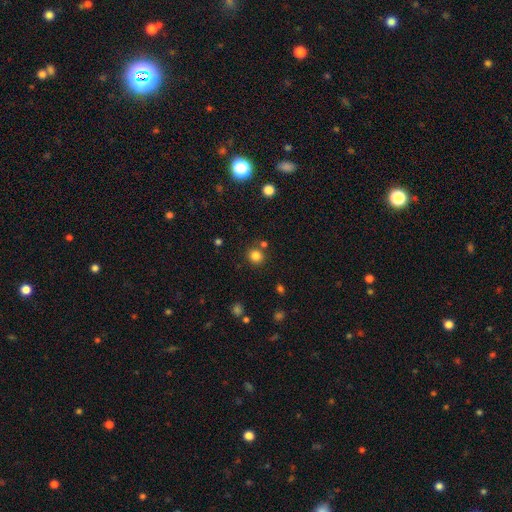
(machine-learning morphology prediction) This is clearly a smooth galaxy (81%). How rounded: clearly round (88%). Merging: likely none (79%).